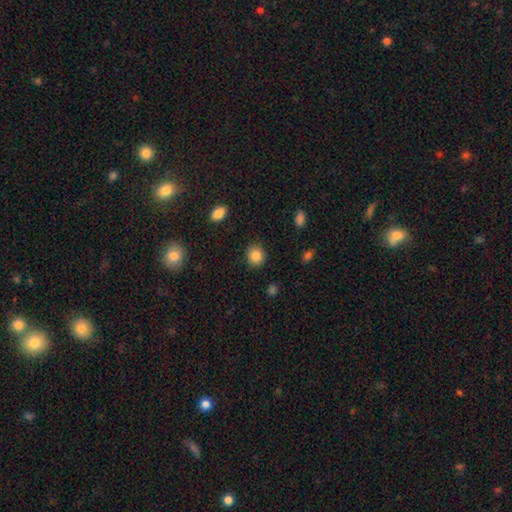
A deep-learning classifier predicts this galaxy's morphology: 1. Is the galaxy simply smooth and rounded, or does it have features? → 85% smooth, 9% star or artifact, 6% featured or disk.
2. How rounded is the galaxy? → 79% round, 20% in between, 1% cigar-shaped.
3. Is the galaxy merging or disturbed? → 90% none, 7% minor disturbance, 2% major disturbance, 1% merger.